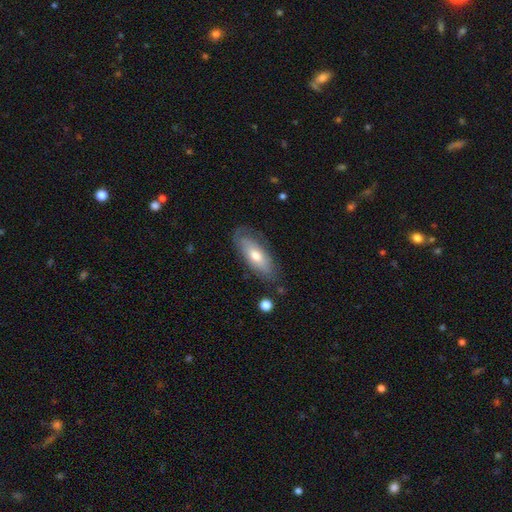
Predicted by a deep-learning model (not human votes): The model was most divided on "smooth or featured": smooth: 52%, featured or disk: 42%, star or artifact: 6%. More confident: how rounded — in between (73%); merging — none (70%).